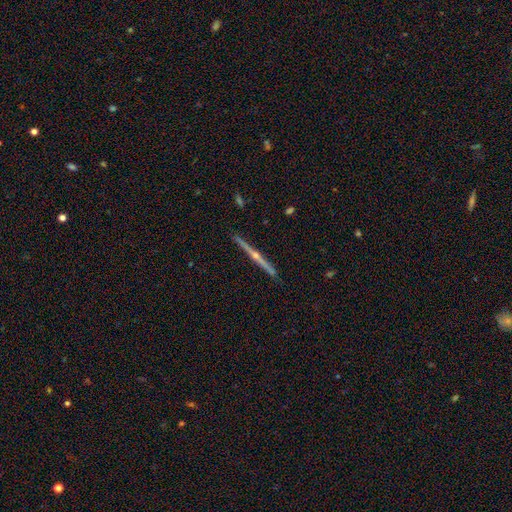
Smooth or featured? 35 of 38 (92%) said featured or disk. Edge-on disk? 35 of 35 (100%) said yes. Edge-on bulge? 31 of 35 (89%) said rounded. Merging? 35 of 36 (97%) said none.